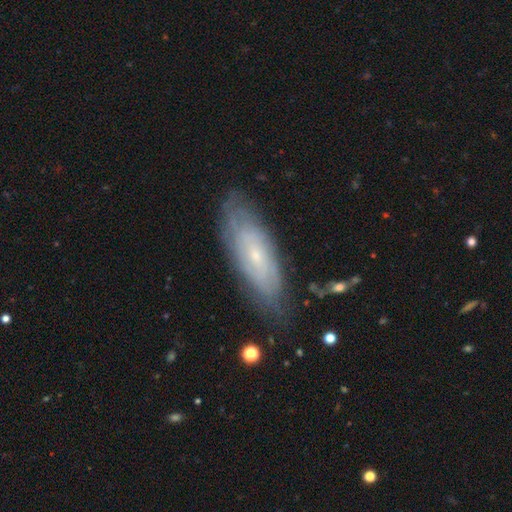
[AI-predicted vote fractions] This appears to be a featured or disk galaxy (63%) with no bar (74%), spiral arms (75%) and a small central bulge (79%). Merging: none (77%).